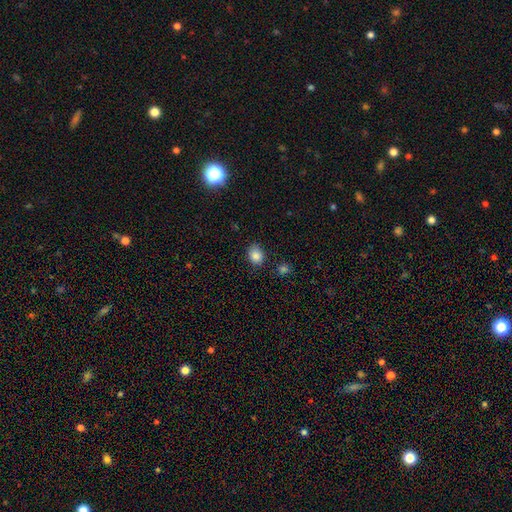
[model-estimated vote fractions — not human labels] smooth-or-featured: smooth: 85% | star or artifact: 10% | featured or disk: 5%
  how-rounded: in between: 55% | round: 44% | cigar-shaped: 1%
  merging: none: 77% | minor disturbance: 17% | major disturbance: 3% | merger: 3%